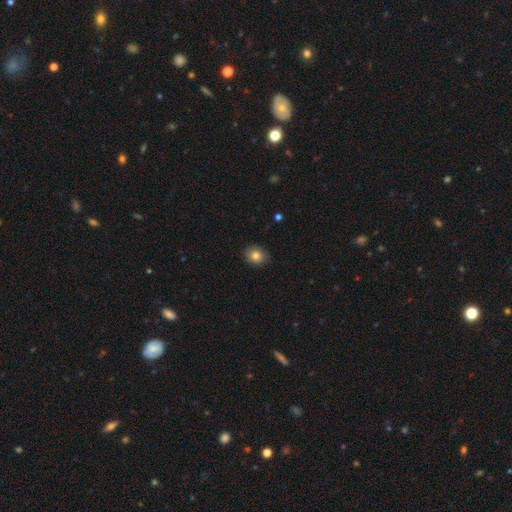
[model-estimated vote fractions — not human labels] The model was most divided on "how rounded": round: 60%, in between: 39%, cigar-shaped: 1%. More confident: merging — none (88%); smooth or featured — smooth (83%).